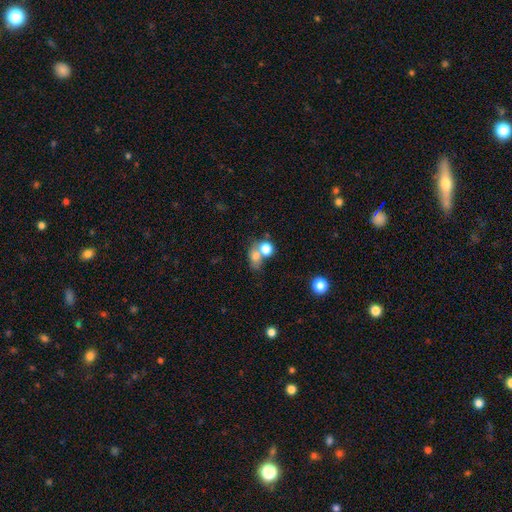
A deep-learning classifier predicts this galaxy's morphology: This is likely a smooth galaxy (73%). How rounded: possibly round (51%). Merging: possibly merger (53%).